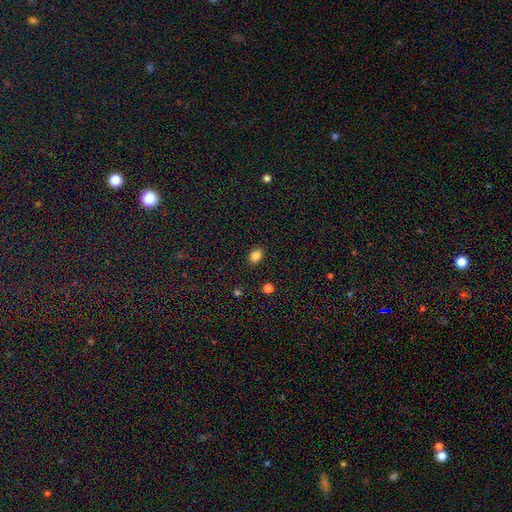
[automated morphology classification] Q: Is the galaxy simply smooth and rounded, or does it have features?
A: smooth — 85%.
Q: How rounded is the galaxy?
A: in between — 71%.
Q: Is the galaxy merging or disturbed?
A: none — 87%.